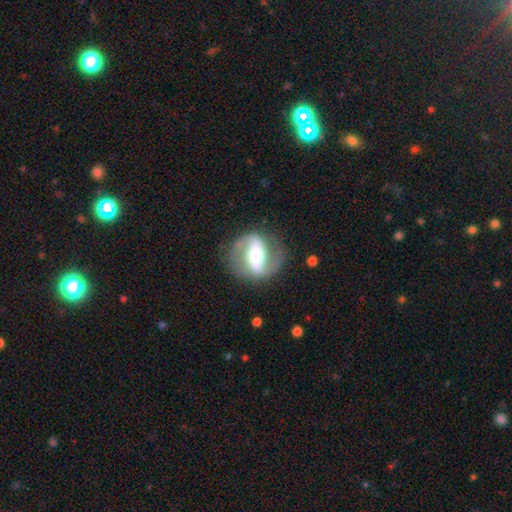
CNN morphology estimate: Smooth or featured? Predicted: featured or disk (p=0.79). Edge-on disk? Predicted: no (p=0.94). Bar? Predicted: strong (p=0.60). Spiral arms? Predicted: yes (p=0.82). Spiral winding? Predicted: medium (p=0.47). Spiral arm count? Predicted: 2 (p=0.88). Bulge size? Predicted: moderate (p=0.62). Merging? Predicted: none (p=0.80).